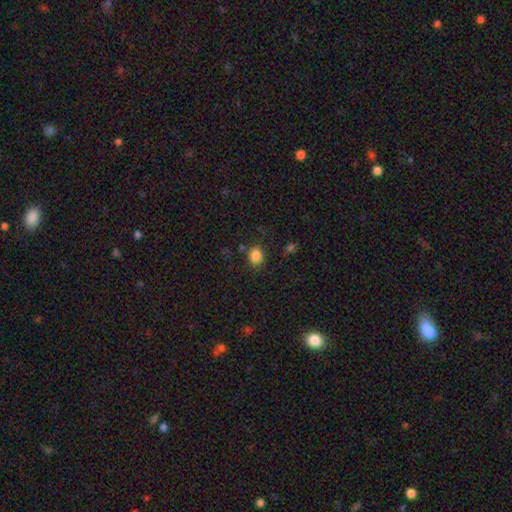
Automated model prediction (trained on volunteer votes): smooth_or_featured: smooth (p=0.84) [alt: star or artifact p=0.11]
how_rounded: round (p=0.59) [alt: in between p=0.40]
merging: none (p=0.81) [alt: minor disturbance p=0.11]